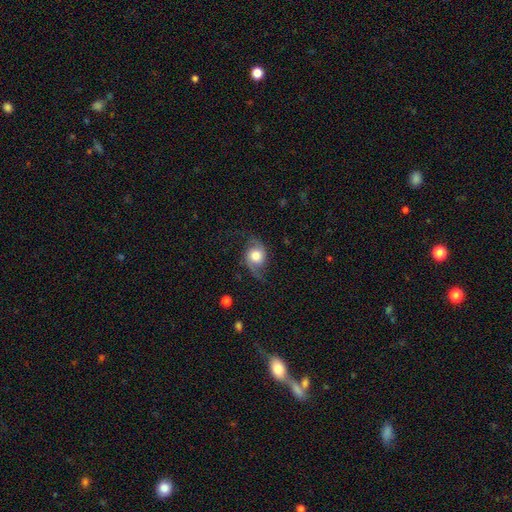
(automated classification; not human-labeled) Smooth or featured? featured or disk (70%)
Edge-on disk? no (96%)
Bar? no (73%)
Spiral arms? yes (93%)
Spiral winding? loose (65%)
Spiral arm count? 2 (92%)
Bulge size? moderate (51%)
Merging? none (69%)